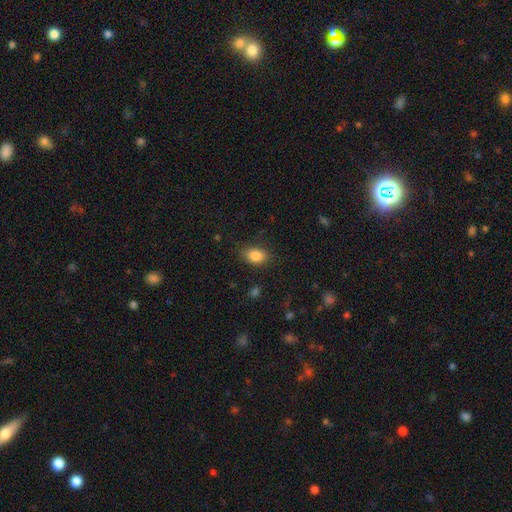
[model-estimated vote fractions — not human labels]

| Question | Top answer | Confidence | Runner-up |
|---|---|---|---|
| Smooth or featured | smooth | 86% | star or artifact (9%) |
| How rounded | in between | 82% | round (16%) |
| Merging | none | 81% | minor disturbance (14%) |